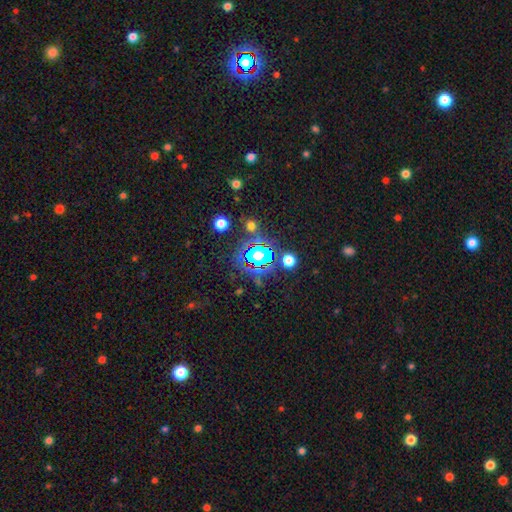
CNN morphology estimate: Overall: star or artifact (82%).